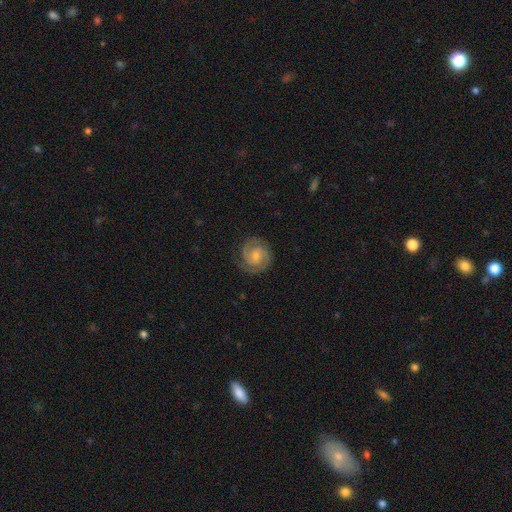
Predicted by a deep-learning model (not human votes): Smooth or featured: featured or disk — 87% (smooth — 7%)
Edge-on disk: no — 98% (yes — 2%)
Bar: no — 57% (weak — 35%)
Spiral arms: yes — 98% (no — 2%)
Spiral winding: tight — 68% (medium — 28%)
Spiral arm count: 2 — 85% (3 — 7%)
Bulge size: small — 58% (moderate — 36%)
Merging: none — 85% (minor disturbance — 11%)